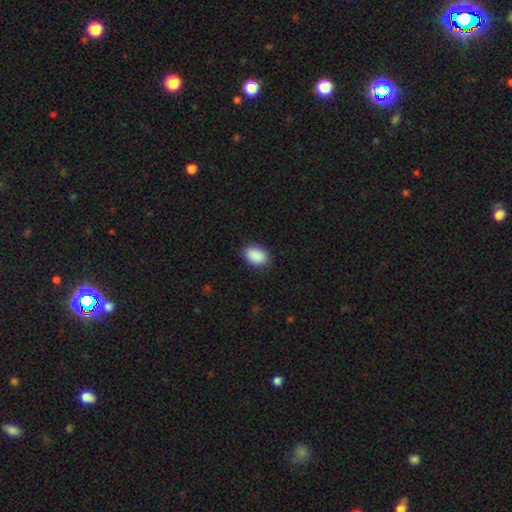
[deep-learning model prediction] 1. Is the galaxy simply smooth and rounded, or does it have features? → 90% smooth, 7% star or artifact, 3% featured or disk.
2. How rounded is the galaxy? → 85% in between, 14% round, 1% cigar-shaped.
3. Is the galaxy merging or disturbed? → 86% none, 11% minor disturbance, 2% major disturbance, 1% merger.